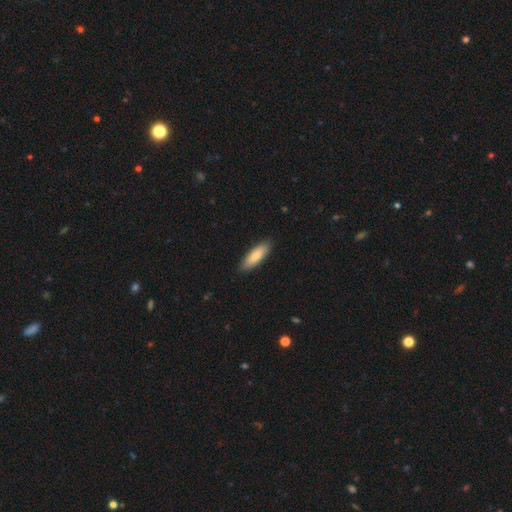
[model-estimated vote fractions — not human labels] This appears to be a smooth galaxy with no disk features (81%) that is in between round and cigar-shaped (52%). Merging: none (88%).